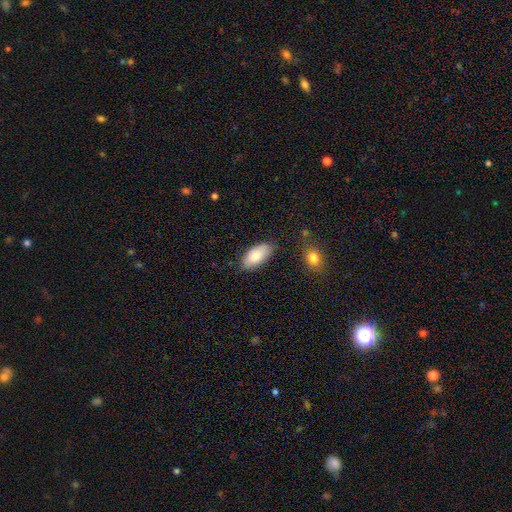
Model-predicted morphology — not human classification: smooth-or-featured: smooth: 81% | featured or disk: 12% | star or artifact: 6%
  how-rounded: in between: 92% | cigar-shaped: 6% | round: 2%
  merging: none: 79% | minor disturbance: 16% | major disturbance: 3% | merger: 2%